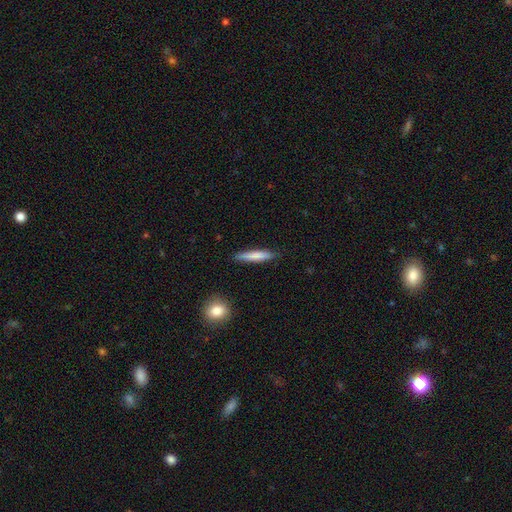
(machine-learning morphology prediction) A smooth galaxy with no disk features (76%) that is cigar-shaped (91%).

Vote fractions:
- Smooth or featured? smooth: 76% / featured or disk: 18% / star or artifact: 6%
- How rounded? cigar-shaped: 91% / in between: 8% / round: 1%
- Merging? none: 86% / minor disturbance: 10% / major disturbance: 2% / merger: 2%